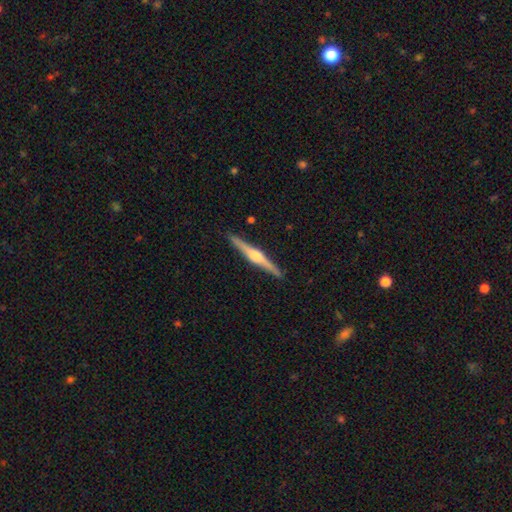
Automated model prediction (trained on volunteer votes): This appears to be a featured or disk galaxy (79%) viewed edge-on (98%) with a rounded central bulge (83%). Merging: none (91%).